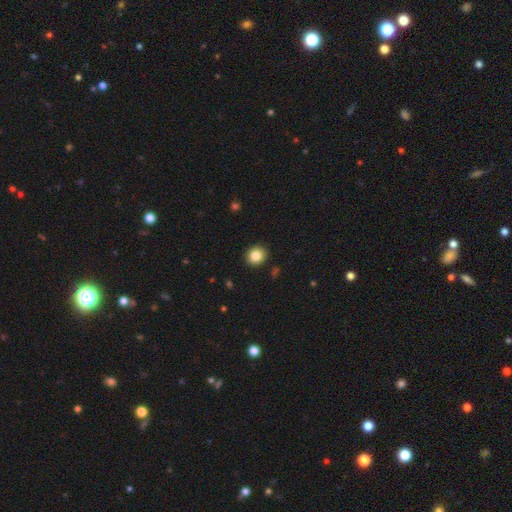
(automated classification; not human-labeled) smooth 84%, star or artifact 10%, featured or disk 6%. Down the decision tree: how rounded — round (81%); merging — none (91%).